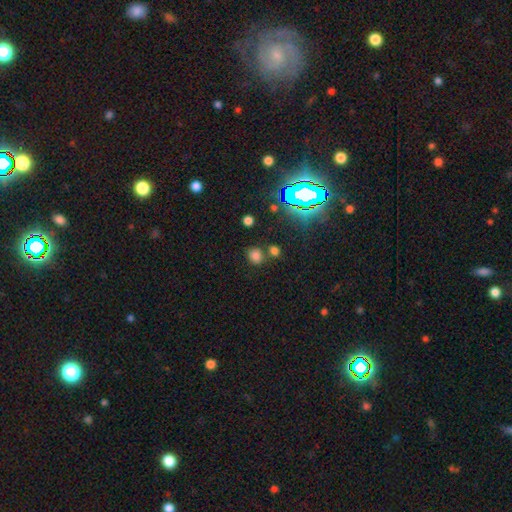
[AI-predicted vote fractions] Q: Smooth or featured?
A: smooth (68%); runner-up: star or artifact (25%)
Q: How rounded?
A: round (77%); runner-up: in between (22%)
Q: Merging?
A: none (71%); runner-up: merger (15%)